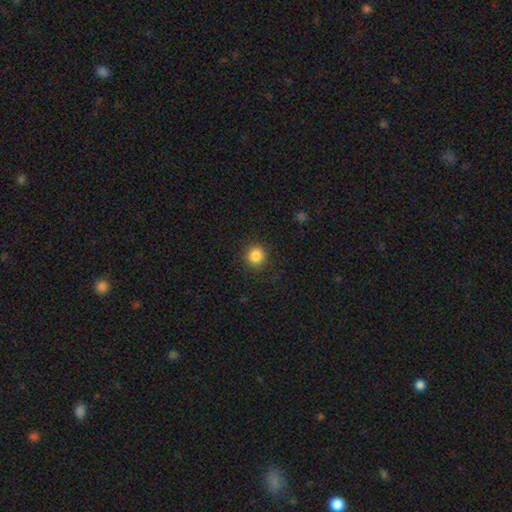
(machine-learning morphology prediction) This appears to be a smooth galaxy with no disk features (85%) that is round (93%). Merging: none (90%).